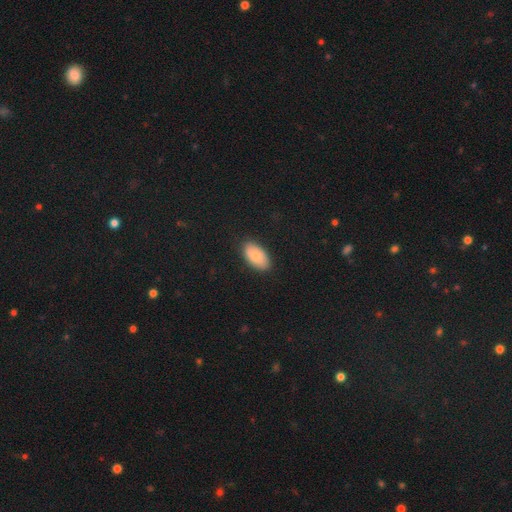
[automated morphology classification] Q: Smooth or featured?
A: smooth (79%); runner-up: featured or disk (14%)
Q: How rounded?
A: in between (94%); runner-up: round (4%)
Q: Merging?
A: none (86%); runner-up: minor disturbance (11%)